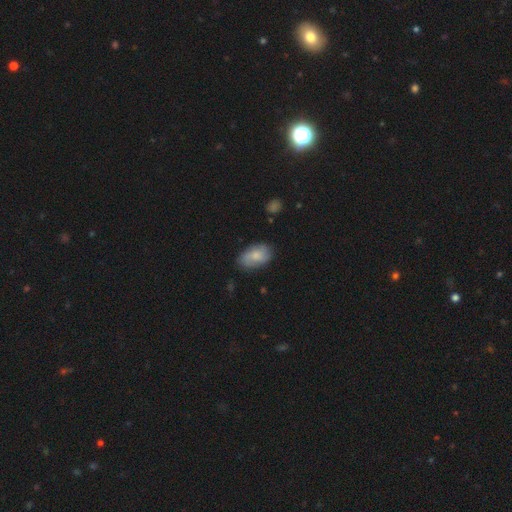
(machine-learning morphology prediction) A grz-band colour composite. It shows a smooth galaxy with no disk features (69%) that is in between round and cigar-shaped (91%). Merging: none (73%).